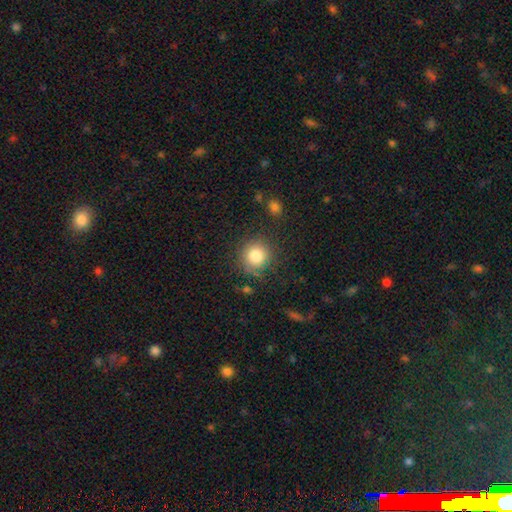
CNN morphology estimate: The model was most divided on "merging": none: 82%, minor disturbance: 11%, major disturbance: 4%, merger: 2%. More confident: how rounded — round (90%); smooth or featured — smooth (83%).